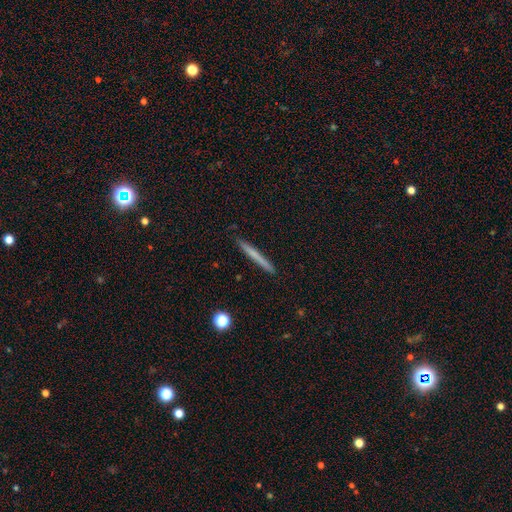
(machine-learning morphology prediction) This is likely a smooth galaxy (61%). How rounded: clearly cigar-shaped (97%). Merging: clearly none (90%).